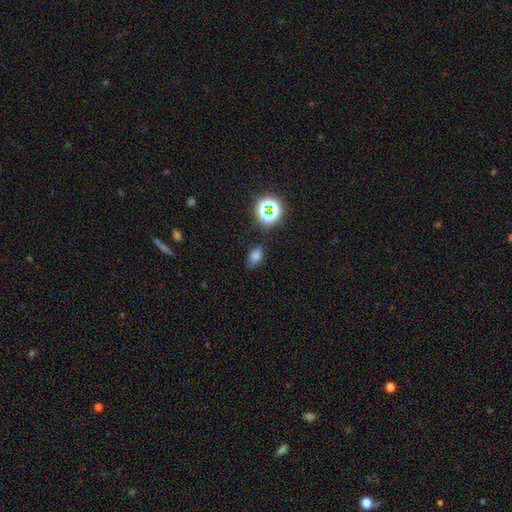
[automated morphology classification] Smooth or featured? smooth (69%)
How rounded? in between (78%)
Merging? none (74%)